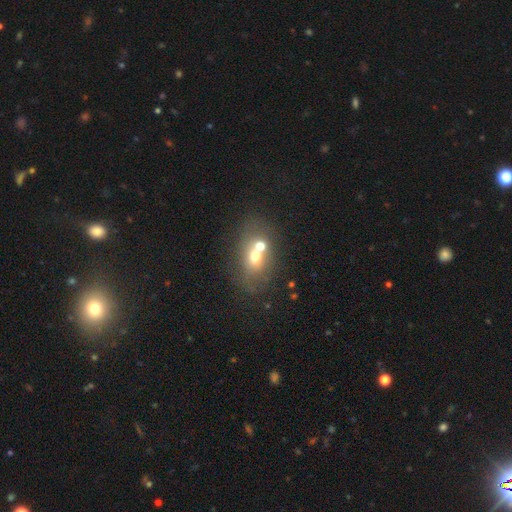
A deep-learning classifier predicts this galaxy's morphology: smooth 58%, featured or disk 28%, star or artifact 14%. Down the decision tree: how rounded — in between (59%); merging — merger (46%).